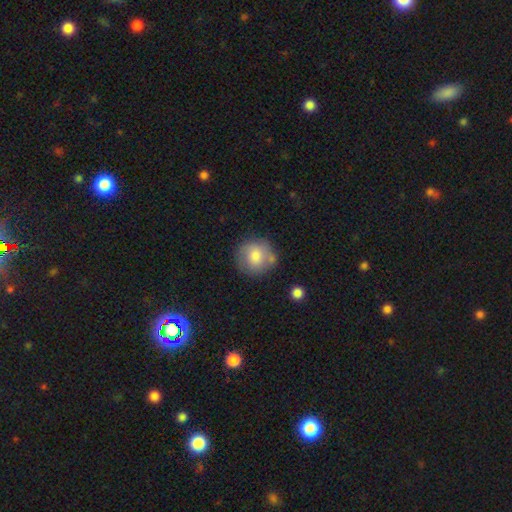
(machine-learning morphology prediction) The model was most divided on "merging": none: 70%, minor disturbance: 17%, merger: 8%, major disturbance: 5%. More confident: how rounded — round (91%); smooth or featured — smooth (74%).